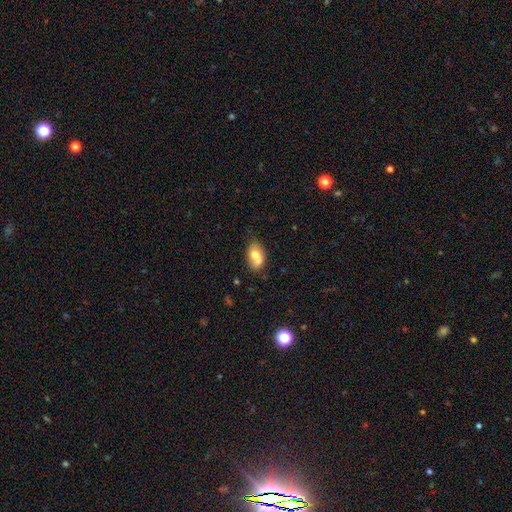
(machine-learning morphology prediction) smooth 70%, featured or disk 22%, star or artifact 8%. Down the decision tree: how rounded — in between (81%); merging — none (43%).